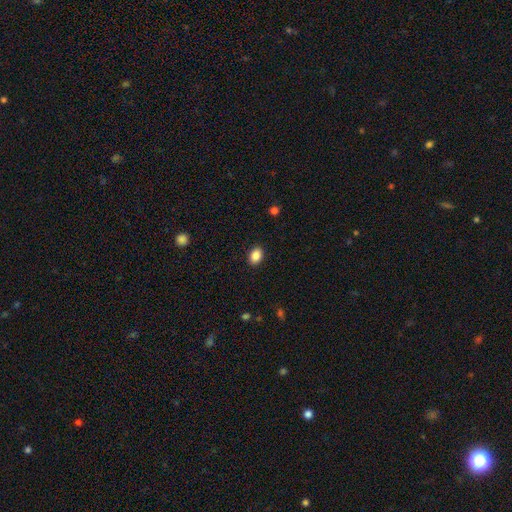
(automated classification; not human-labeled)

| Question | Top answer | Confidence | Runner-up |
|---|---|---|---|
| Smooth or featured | smooth | 88% | star or artifact (9%) |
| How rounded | in between | 73% | round (26%) |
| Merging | none | 90% | minor disturbance (7%) |